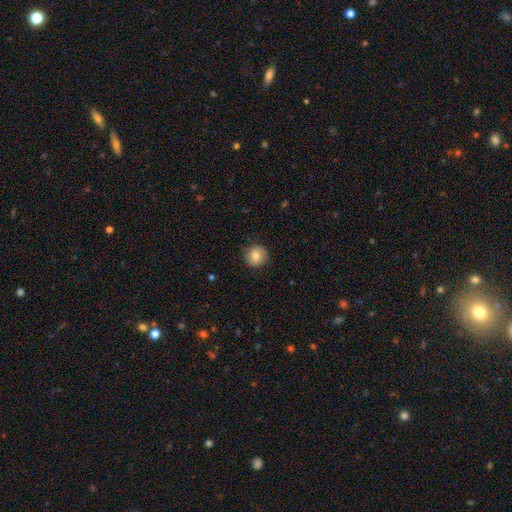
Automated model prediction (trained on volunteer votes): Morphology: type=smooth (80%); roundness=round (93%); merging=none (87%).